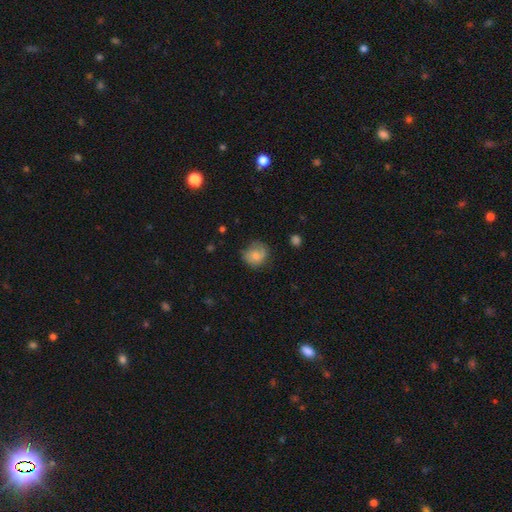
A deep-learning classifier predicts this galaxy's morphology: A smooth galaxy with no disk features (75%) that is round (76%).

Vote fractions:
- Smooth or featured? smooth: 75% / featured or disk: 16% / star or artifact: 9%
- How rounded? round: 76% / in between: 23% / cigar-shaped: 1%
- Merging? none: 59% / minor disturbance: 29% / major disturbance: 11% / merger: 2%